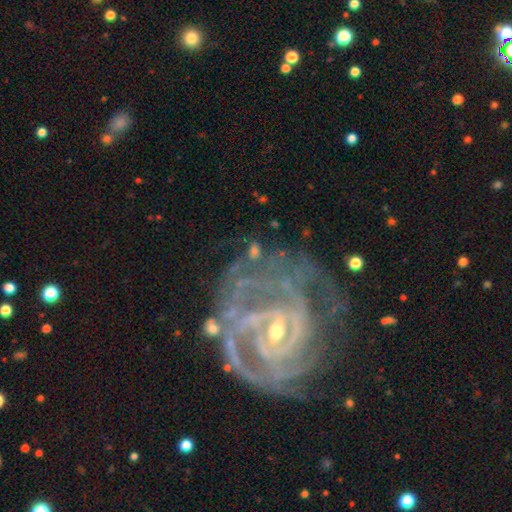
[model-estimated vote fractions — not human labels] smooth-or-featured: featured or disk: 88% | star or artifact: 7% | smooth: 5%
  disk-edge-on: no: 97% | yes: 3%
    bar: weak: 41% | strong: 33% | no: 26%
    has-spiral-arms: yes: 95% | no: 5%
      spiral-winding: tight: 66% | medium: 28% | loose: 6%
      spiral-arm-count: 2: 27% | can't tell: 24% | 3: 21% | 4: 13% | more than 4: 8% | 1: 7%
    bulge-size: small: 66% | moderate: 30% | none: 2% | large: 2% | dominant: 1%
  merging: none: 55% | minor disturbance: 21% | major disturbance: 19% | merger: 5%